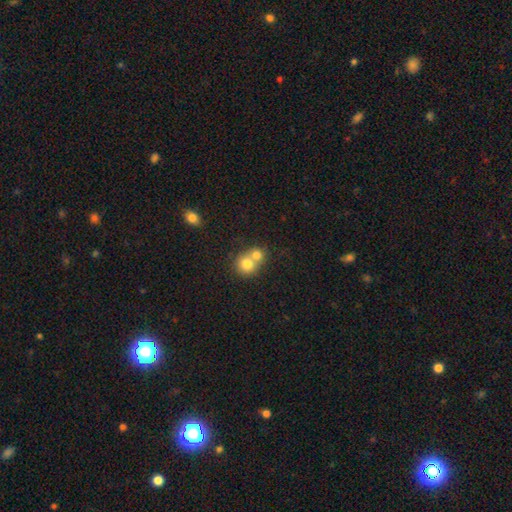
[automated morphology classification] Smooth or featured? smooth (69%)
How rounded? round (83%)
Merging? merger (54%)